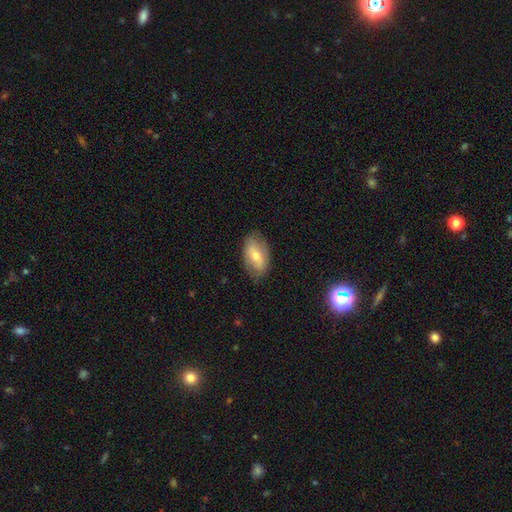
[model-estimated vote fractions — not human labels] Smooth or featured: smooth — 53% (featured or disk — 40%)
How rounded: in between — 92% (round — 6%)
Merging: none — 77% (minor disturbance — 18%)